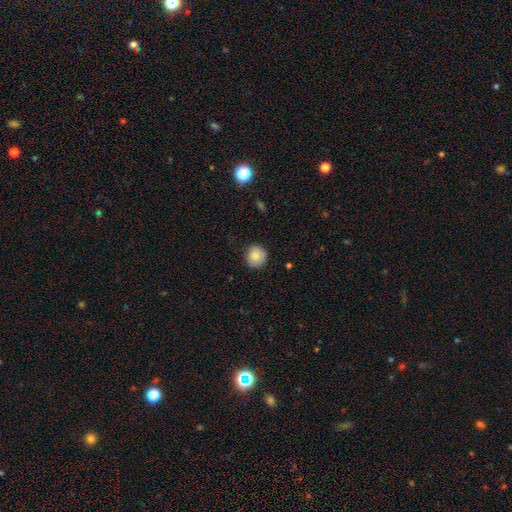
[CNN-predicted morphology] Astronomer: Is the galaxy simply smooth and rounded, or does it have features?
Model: smooth — 83%.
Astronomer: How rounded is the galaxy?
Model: round — 91%.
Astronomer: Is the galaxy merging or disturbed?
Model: none — 85%.